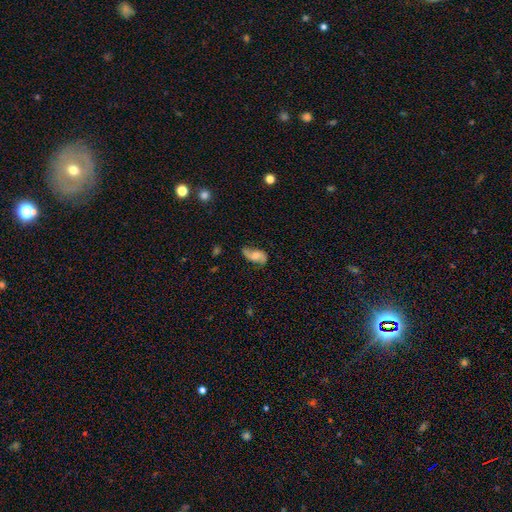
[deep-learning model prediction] Morphology: type=featured or disk (71%); edge-on=no (96%); bar=no (56%); spiral arms=yes (93%); winding=loose (70%); arm count=2 (91%); bulge=moderate (43%); merging=none (69%).